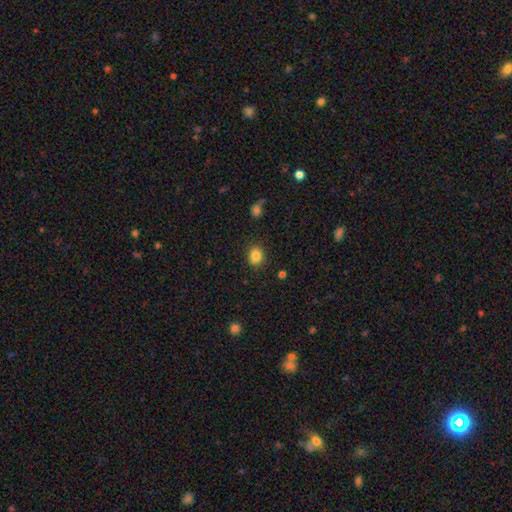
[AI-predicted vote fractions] Overall: smooth (84%). How rounded: round (63%; in between 36%). Merging: none (84%).